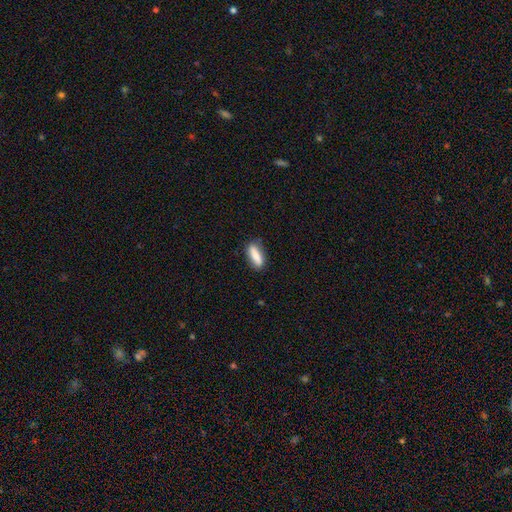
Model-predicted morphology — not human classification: smooth 82%, featured or disk 11%, star or artifact 7%. Down the decision tree: how rounded — in between (52%); merging — none (80%).